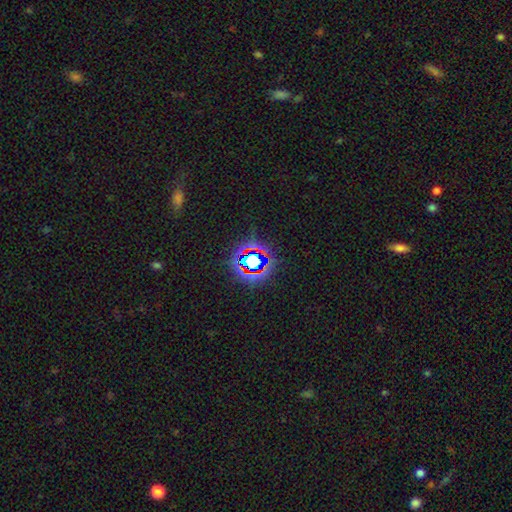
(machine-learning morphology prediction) Smooth or featured? star or artifact (71%)